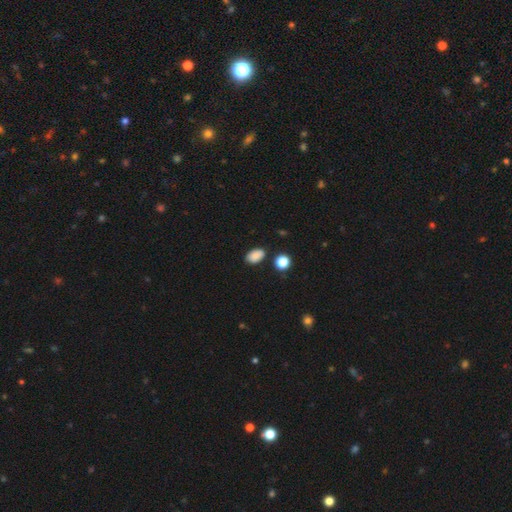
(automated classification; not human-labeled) smooth 86%, star or artifact 10%, featured or disk 4%. Down the decision tree: how rounded — in between (88%); merging — none (82%).